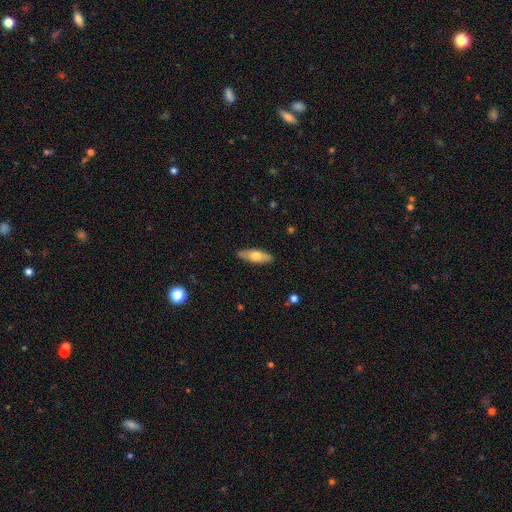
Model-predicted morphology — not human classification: Smooth or featured: smooth — 60% (featured or disk — 34%)
How rounded: in between — 58% (cigar-shaped — 39%)
Merging: none — 87% (minor disturbance — 10%)